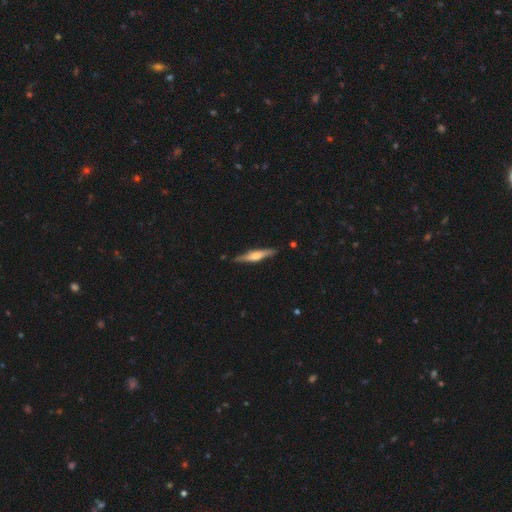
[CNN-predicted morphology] smooth_or_featured: featured or disk (p=0.63) [alt: smooth p=0.32]
disk_edge_on: yes (p=0.96) [alt: no p=0.04]
edge_on_bulge: rounded (p=0.79) [alt: boxy p=0.15]
merging: none (p=0.86) [alt: minor disturbance p=0.10]